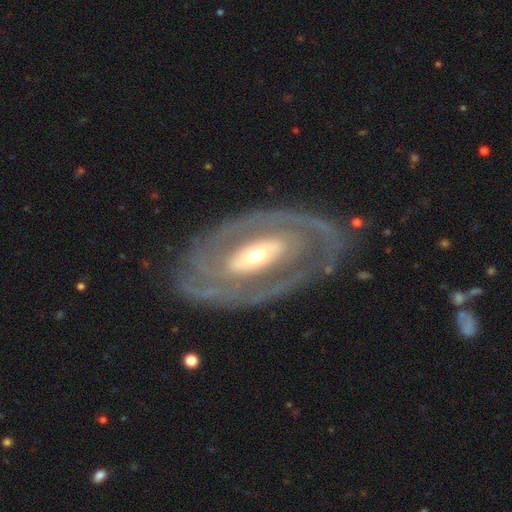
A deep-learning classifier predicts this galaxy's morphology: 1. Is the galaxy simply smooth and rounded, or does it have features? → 84% featured or disk, 11% smooth, 5% star or artifact.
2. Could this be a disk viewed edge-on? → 93% no, 7% yes.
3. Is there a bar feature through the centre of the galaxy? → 39% no, 32% strong, 29% weak.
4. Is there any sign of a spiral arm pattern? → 74% yes, 26% no.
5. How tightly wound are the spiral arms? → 66% tight, 25% medium, 9% loose.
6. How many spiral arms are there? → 50% 2, 29% can't tell, 8% 3, 6% 1, 4% 4, 3% more than 4.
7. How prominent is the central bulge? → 51% moderate, 41% small, 6% large, 1% dominant, 1% none.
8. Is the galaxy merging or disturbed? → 79% none, 13% minor disturbance, 7% major disturbance, 1% merger.